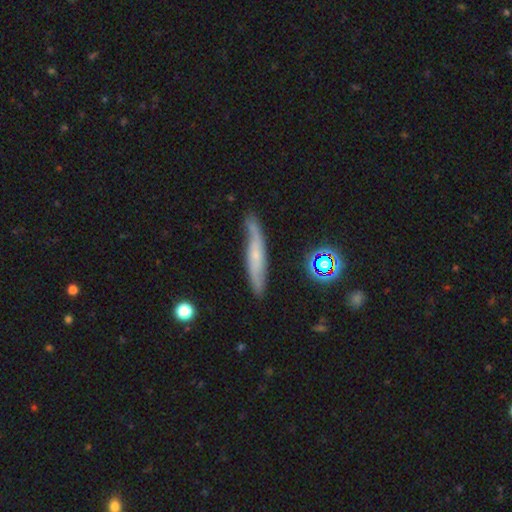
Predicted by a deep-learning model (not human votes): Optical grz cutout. It shows a featured or disk galaxy (52%) viewed edge-on (63%). Merging: none (70%).